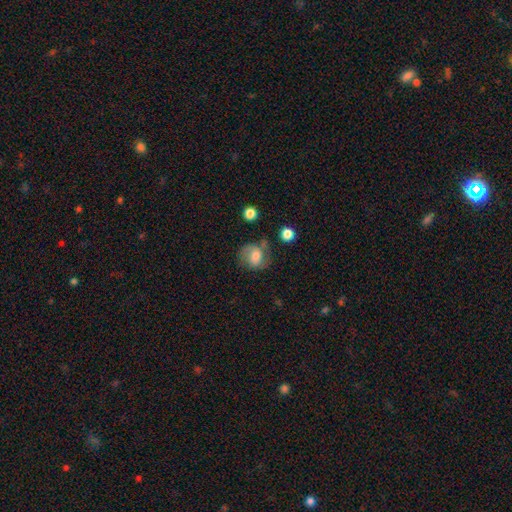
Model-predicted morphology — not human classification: This appears to be a smooth galaxy with no disk features (59%) that is round (64%). Merging: none (56%).